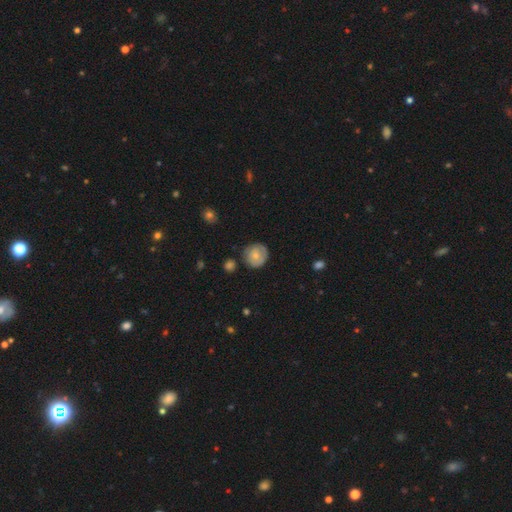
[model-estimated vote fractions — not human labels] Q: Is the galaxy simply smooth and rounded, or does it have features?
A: smooth — 60%.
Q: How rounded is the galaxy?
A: round — 87%.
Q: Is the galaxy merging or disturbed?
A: none — 74%.